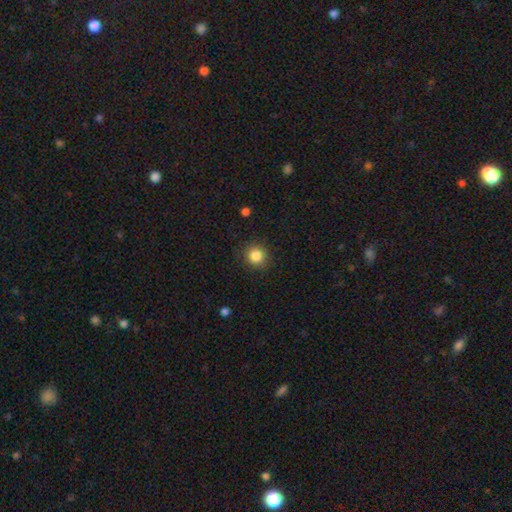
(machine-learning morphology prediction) smooth_or_featured: smooth (p=0.85) [alt: star or artifact p=0.11]
how_rounded: round (p=0.92) [alt: in between p=0.07]
merging: none (p=0.88) [alt: minor disturbance p=0.08]